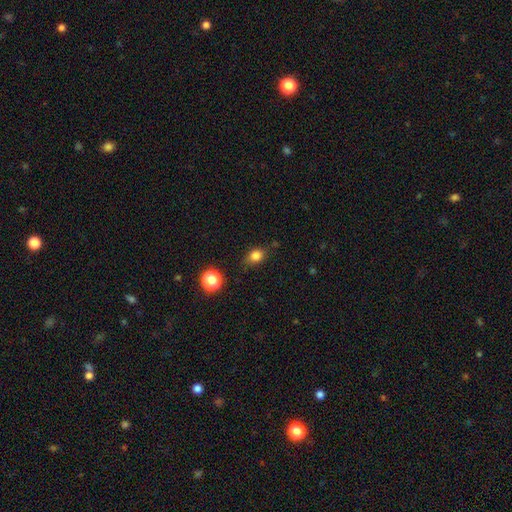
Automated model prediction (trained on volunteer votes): This is clearly a smooth galaxy (82%). How rounded: possibly round (50%). Merging: likely none (74%).